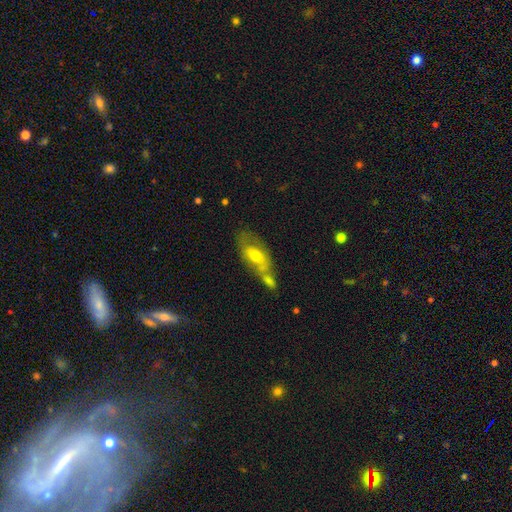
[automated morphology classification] Overall: smooth (49%; featured or disk 45%). Merging: merger (42%; none 31%).